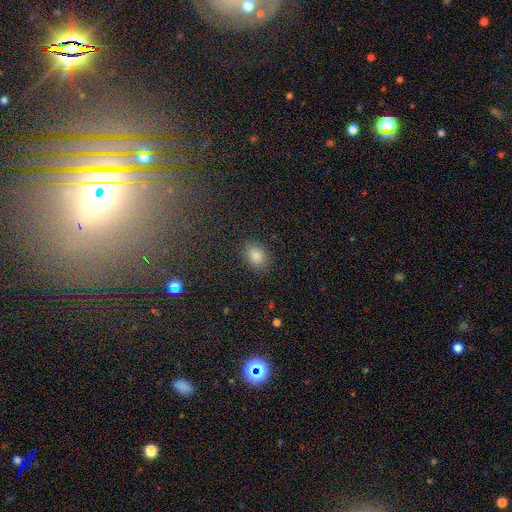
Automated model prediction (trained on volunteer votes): smooth 84%, star or artifact 11%, featured or disk 5%. Down the decision tree: how rounded — in between (73%); merging — none (87%).